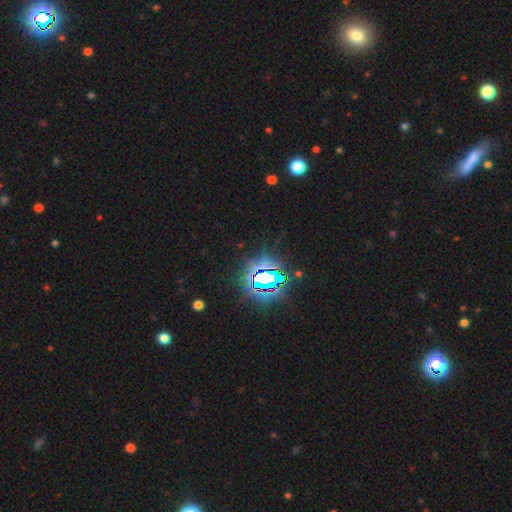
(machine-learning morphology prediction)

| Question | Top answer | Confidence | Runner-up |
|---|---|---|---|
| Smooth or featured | star or artifact | 79% | smooth (12%) |